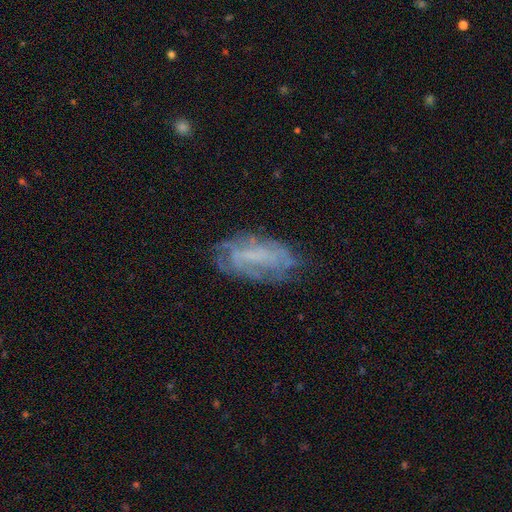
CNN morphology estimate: Smooth or featured? Predicted: featured or disk (p=0.61). Edge-on disk? Predicted: no (p=0.92). Bar? Predicted: no (p=0.46). Spiral arms? Predicted: yes (p=0.64). Bulge size? Predicted: none (p=0.58). Merging? Predicted: none (p=0.63).